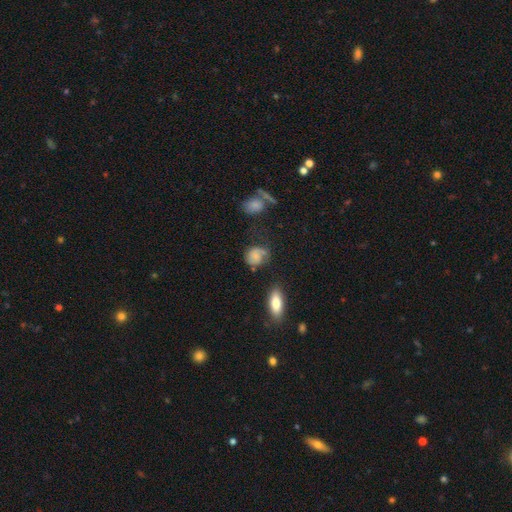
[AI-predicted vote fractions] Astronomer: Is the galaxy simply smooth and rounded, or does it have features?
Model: smooth — 63%.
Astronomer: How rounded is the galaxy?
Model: round — 58% (runner-up: in between, 40%).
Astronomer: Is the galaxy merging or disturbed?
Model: none — 50% (runner-up: minor disturbance, 27%).